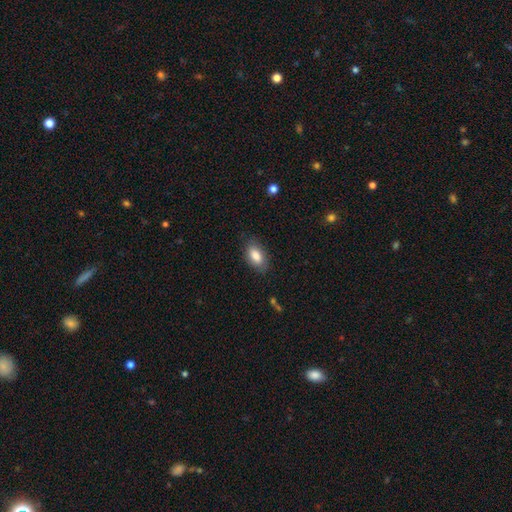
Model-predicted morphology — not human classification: A smooth galaxy with no disk features (84%) that is in between round and cigar-shaped (92%). Merging: none (81%).